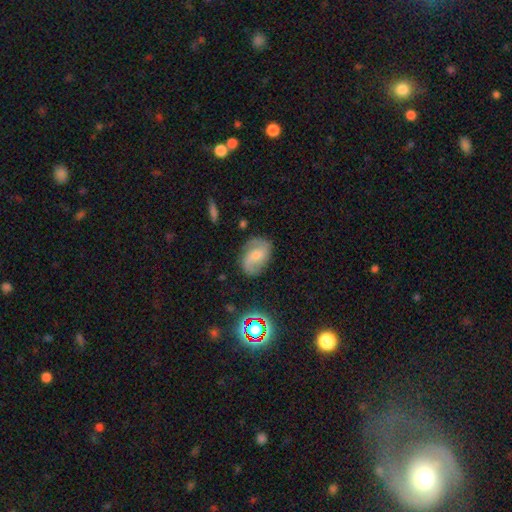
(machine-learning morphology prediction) The model was most divided on "bar": weak: 44%, no: 41%, strong: 15%. Remaining: edge-on disk — no (97%); spiral arms — yes (91%); spiral arm count — 2 (85%); merging — none (73%); smooth or featured — featured or disk (63%); spiral winding — medium (45%); bulge size — small (43%).